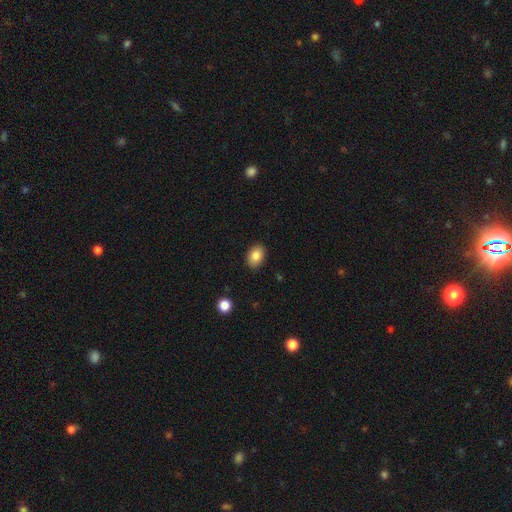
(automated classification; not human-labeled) A smooth galaxy with no disk features (85%) that is in between round and cigar-shaped (80%). Merging: none (89%).